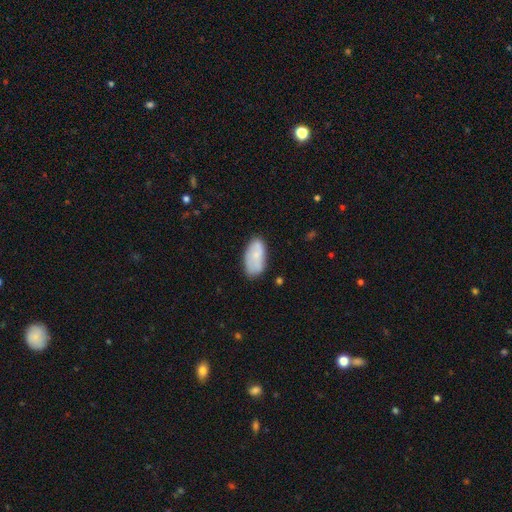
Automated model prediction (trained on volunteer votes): A smooth galaxy with no disk features (69%) that is in between round and cigar-shaped (93%). Merging: none (67%).